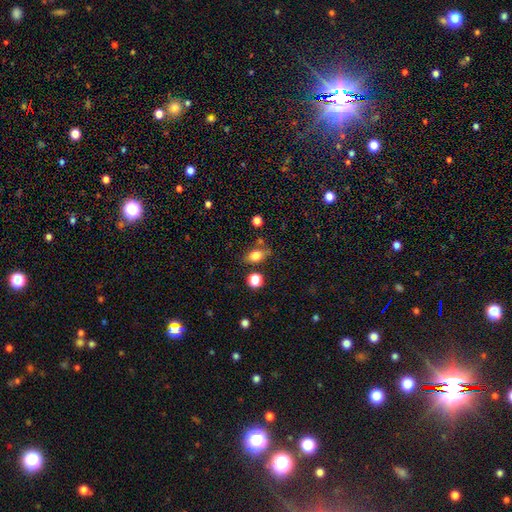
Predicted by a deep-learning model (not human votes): The model was most divided on "merging": none: 68%, minor disturbance: 18%, merger: 9%, major disturbance: 5%. More confident: smooth or featured — smooth (80%); how rounded — in between (74%).